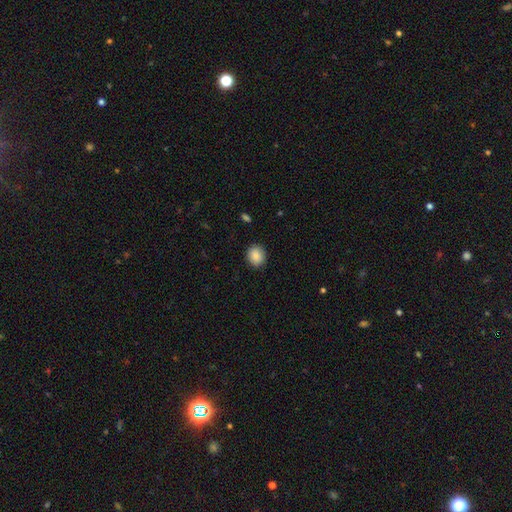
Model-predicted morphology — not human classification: type=smooth (89%); roundness=round (71%); merging=none (89%).